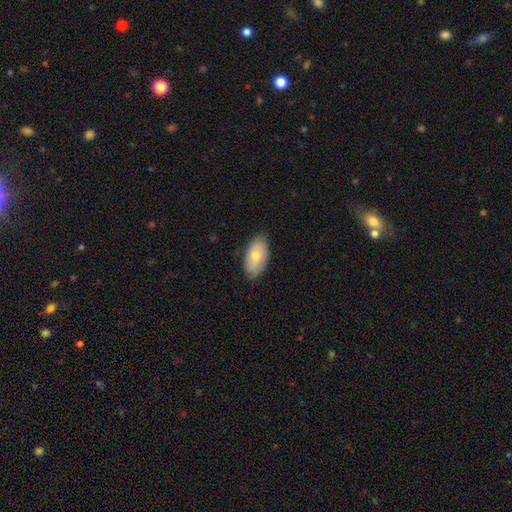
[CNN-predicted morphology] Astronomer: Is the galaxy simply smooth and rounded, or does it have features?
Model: smooth — 69%.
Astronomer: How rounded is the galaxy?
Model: in between — 94%.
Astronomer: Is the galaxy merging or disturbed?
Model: none — 80%.